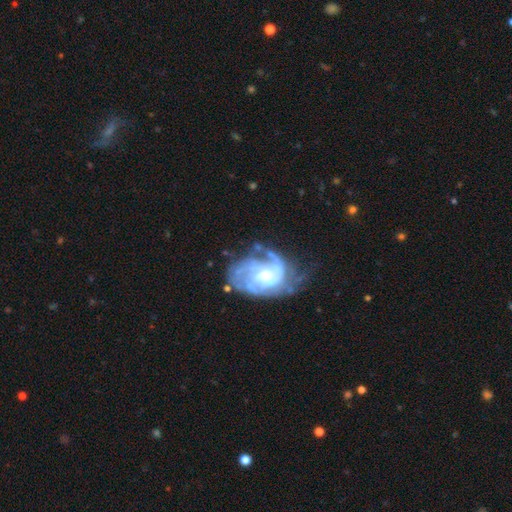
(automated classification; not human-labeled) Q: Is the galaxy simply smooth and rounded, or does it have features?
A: featured or disk — 77%.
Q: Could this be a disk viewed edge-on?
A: no — 97%.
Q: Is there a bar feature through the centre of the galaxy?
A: no — 60%.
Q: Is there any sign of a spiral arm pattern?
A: yes — 93%.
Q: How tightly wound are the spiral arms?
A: tight — 55%.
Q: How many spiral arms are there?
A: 3 — 28%.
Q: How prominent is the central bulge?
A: moderate — 49%.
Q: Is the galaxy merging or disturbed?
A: none — 61%.